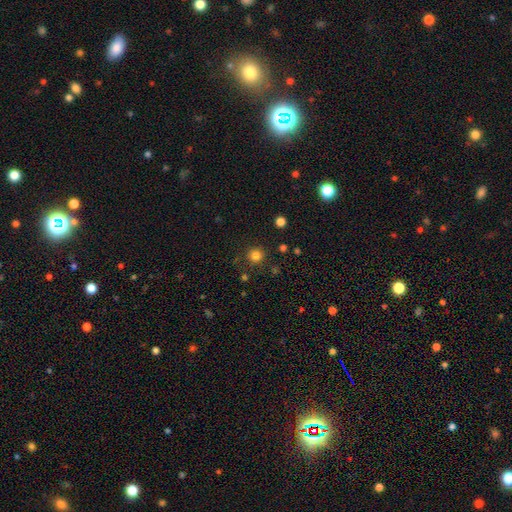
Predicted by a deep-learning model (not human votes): A smooth galaxy with no disk features (81%) that is round (95%).

Vote fractions:
- Smooth or featured? smooth: 81% / star or artifact: 15% / featured or disk: 4%
- How rounded? round: 95% / in between: 4% / cigar-shaped: 1%
- Merging? none: 88% / minor disturbance: 7% / major disturbance: 3% / merger: 2%